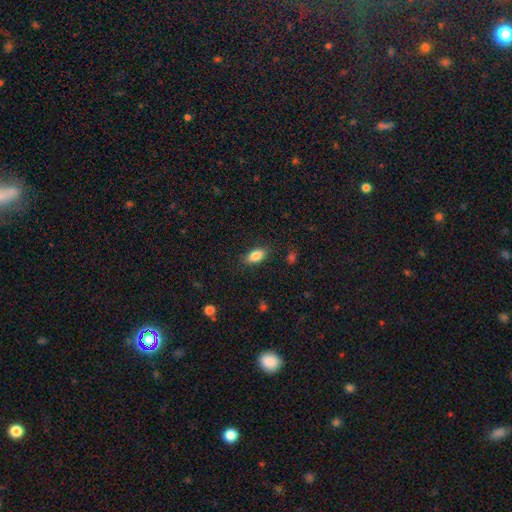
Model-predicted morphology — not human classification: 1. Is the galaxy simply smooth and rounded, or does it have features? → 85% smooth, 8% star or artifact, 7% featured or disk.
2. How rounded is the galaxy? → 89% in between, 7% cigar-shaped, 4% round.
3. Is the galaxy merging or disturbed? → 84% none, 12% minor disturbance, 3% major disturbance, 1% merger.